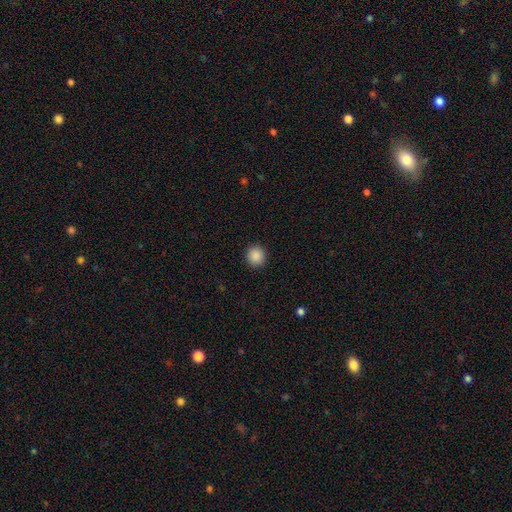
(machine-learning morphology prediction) A smooth galaxy with no disk features (89%) that is round (90%). Merging: none (92%).